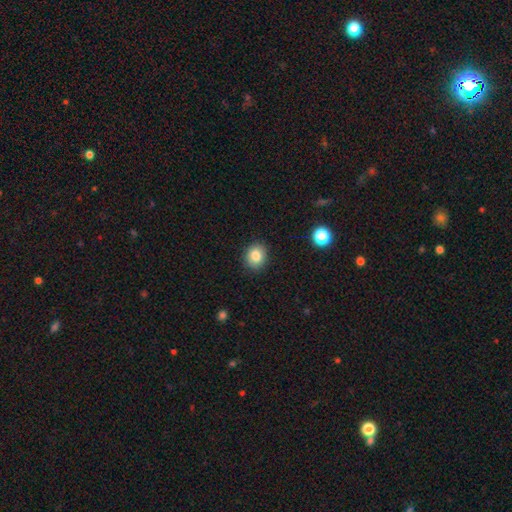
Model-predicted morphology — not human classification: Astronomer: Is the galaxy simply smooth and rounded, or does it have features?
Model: smooth — 83%.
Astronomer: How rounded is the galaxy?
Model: round — 68%.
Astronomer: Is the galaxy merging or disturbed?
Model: none — 88%.